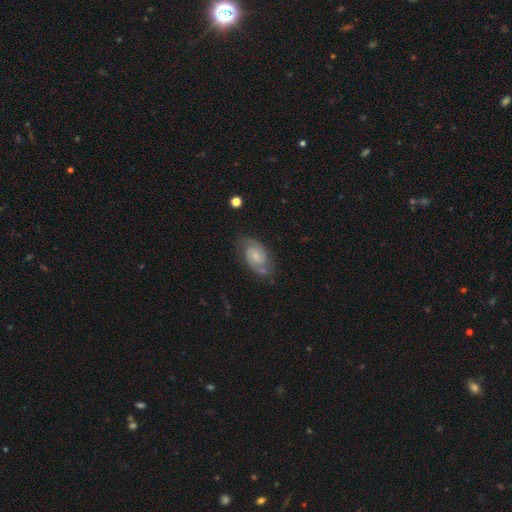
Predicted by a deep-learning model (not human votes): Morphology: type=featured or disk (76%); edge-on=no (97%); bar=no (55%); spiral arms=yes (95%); winding=medium (47%); arm count=2 (87%); bulge=small (52%); merging=none (70%).